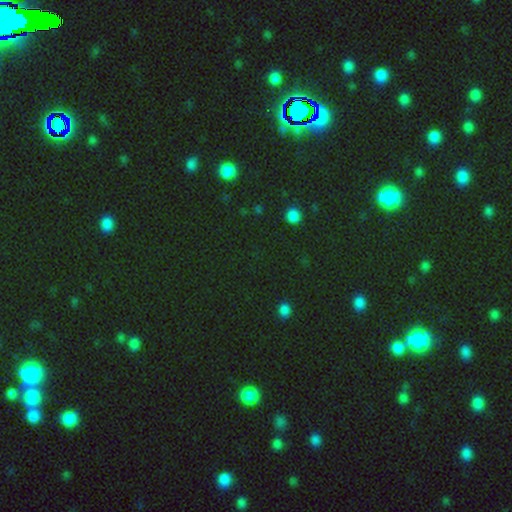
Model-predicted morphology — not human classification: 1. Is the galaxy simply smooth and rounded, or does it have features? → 71% star or artifact, 21% smooth, 8% featured or disk.